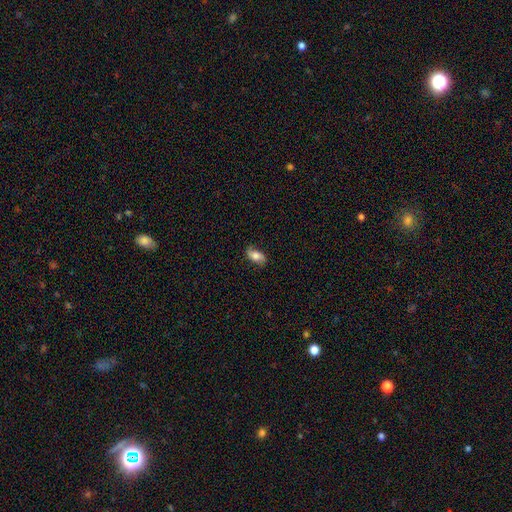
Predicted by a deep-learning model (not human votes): smooth 61%, featured or disk 30%, star or artifact 8%. Down the decision tree: how rounded — in between (89%); merging — none (77%).